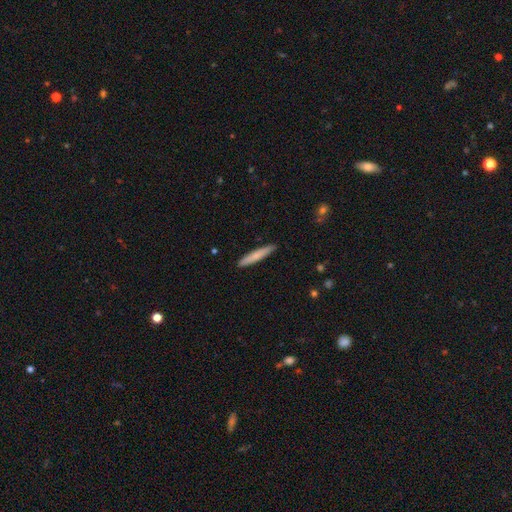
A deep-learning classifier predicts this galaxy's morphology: A smooth galaxy with no disk features (71%) that is cigar-shaped (94%). Merging: none (91%).